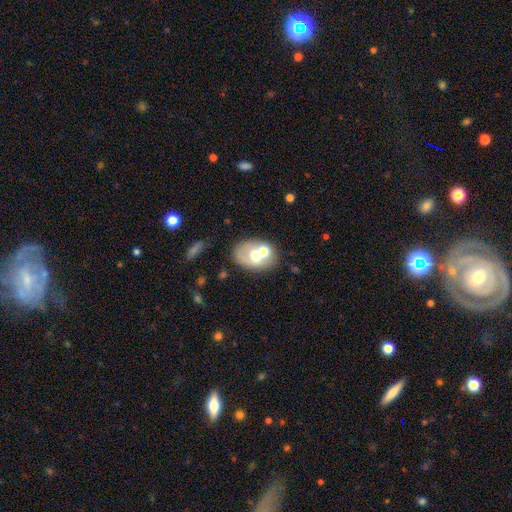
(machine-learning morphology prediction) Overall: smooth (56%; featured or disk 35%). How rounded: in between (68%; round 31%). Merging: none (49%; merger 31%).